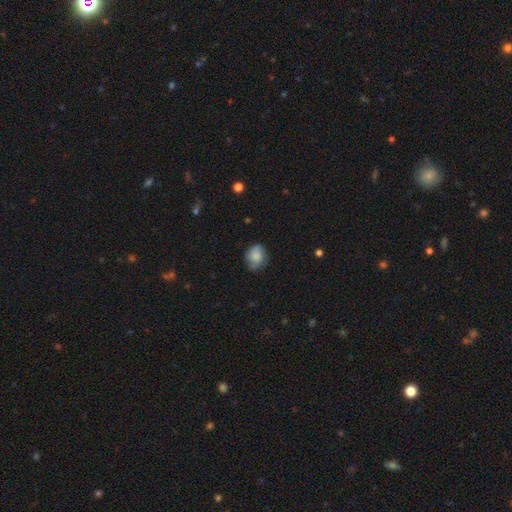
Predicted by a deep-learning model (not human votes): Smooth or featured?
  - smooth: 76% *
  - featured or disk: 16%
  - star or artifact: 8%
How rounded?
  - round: 60% *
  - in between: 39%
  - cigar-shaped: 1%
Merging?
  - none: 70% *
  - minor disturbance: 24%
  - major disturbance: 5%
  - merger: 1%